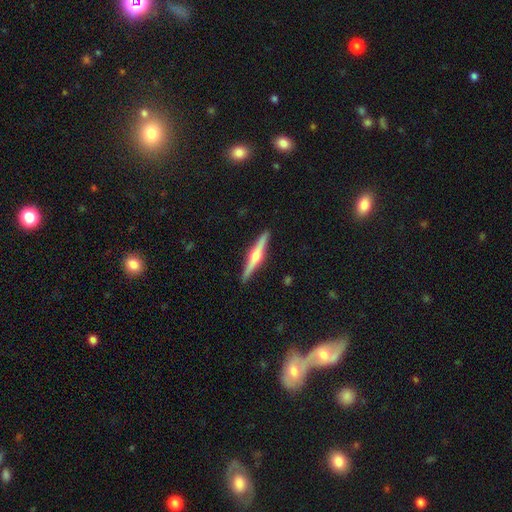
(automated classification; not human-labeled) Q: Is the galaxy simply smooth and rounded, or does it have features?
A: featured or disk — 74%.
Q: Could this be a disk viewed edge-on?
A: yes — 98%.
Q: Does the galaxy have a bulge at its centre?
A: rounded — 93%.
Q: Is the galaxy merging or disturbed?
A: none — 91%.